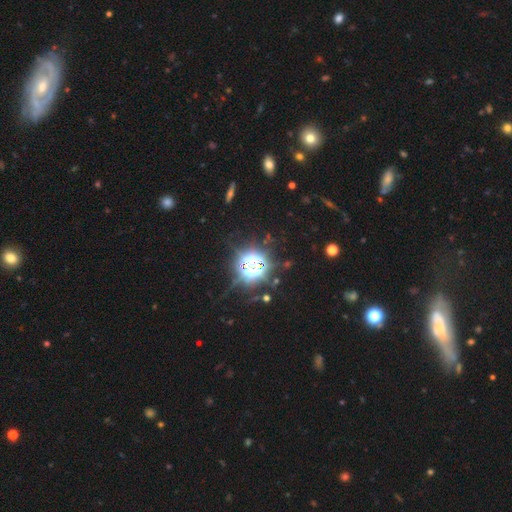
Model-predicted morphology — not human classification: This appears to be a star or artifact, not a galaxy (79%).